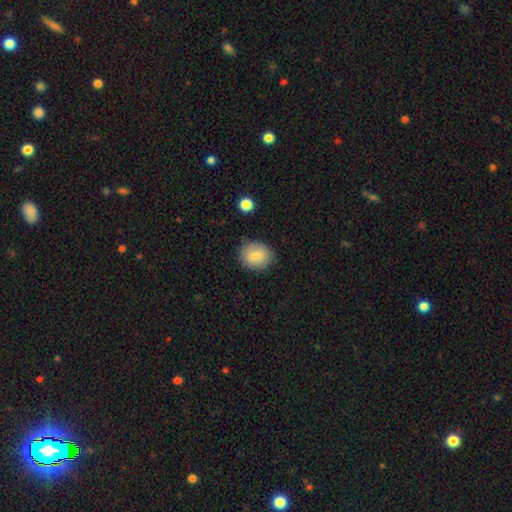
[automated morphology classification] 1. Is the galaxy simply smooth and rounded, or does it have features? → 78% smooth, 13% featured or disk, 8% star or artifact.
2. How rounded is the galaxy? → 57% round, 42% in between, 1% cigar-shaped.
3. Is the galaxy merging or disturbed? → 83% none, 12% minor disturbance, 3% major disturbance, 2% merger.